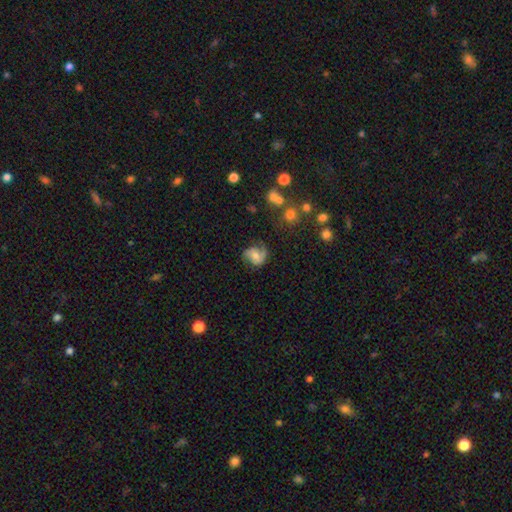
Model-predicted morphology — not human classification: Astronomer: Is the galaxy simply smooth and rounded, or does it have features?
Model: featured or disk — 68%.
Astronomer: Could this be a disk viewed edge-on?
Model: no — 98%.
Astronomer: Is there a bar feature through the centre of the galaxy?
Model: no — 55% (runner-up: weak, 36%).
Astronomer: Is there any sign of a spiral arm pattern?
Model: yes — 93%.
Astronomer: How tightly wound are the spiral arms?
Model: medium — 48% (runner-up: loose, 31%).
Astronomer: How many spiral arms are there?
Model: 2 — 82%.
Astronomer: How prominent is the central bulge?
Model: moderate — 49% (runner-up: small, 35%).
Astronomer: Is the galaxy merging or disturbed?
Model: none — 64%.